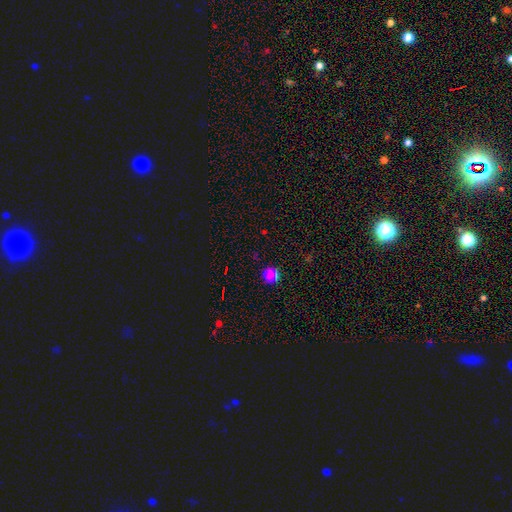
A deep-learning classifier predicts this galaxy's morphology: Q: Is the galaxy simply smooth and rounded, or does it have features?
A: star or artifact — 48%.